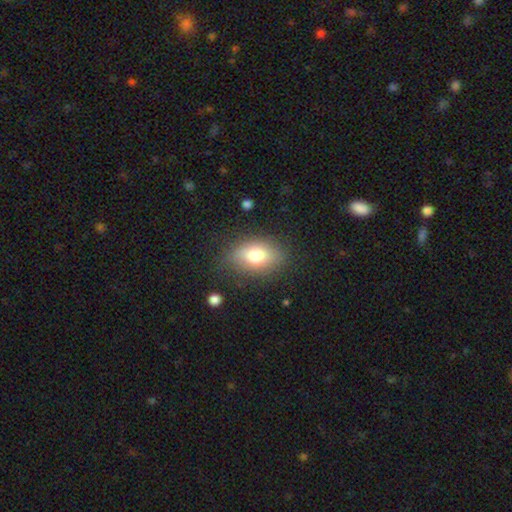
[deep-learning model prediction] This is likely a smooth galaxy (76%). How rounded: clearly in between (82%). Merging: likely none (78%).